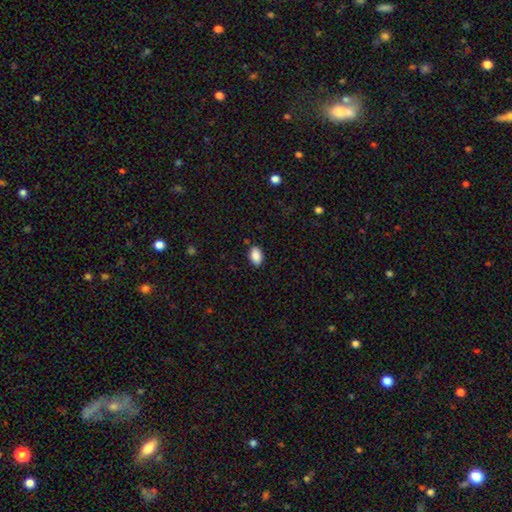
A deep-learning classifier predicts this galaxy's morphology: A smooth galaxy with no disk features (89%) that is in between round and cigar-shaped (91%).

Vote fractions:
- Smooth or featured? smooth: 89% / star or artifact: 8% / featured or disk: 3%
- How rounded? in between: 91% / round: 7% / cigar-shaped: 1%
- Merging? none: 87% / minor disturbance: 9% / major disturbance: 2% / merger: 1%